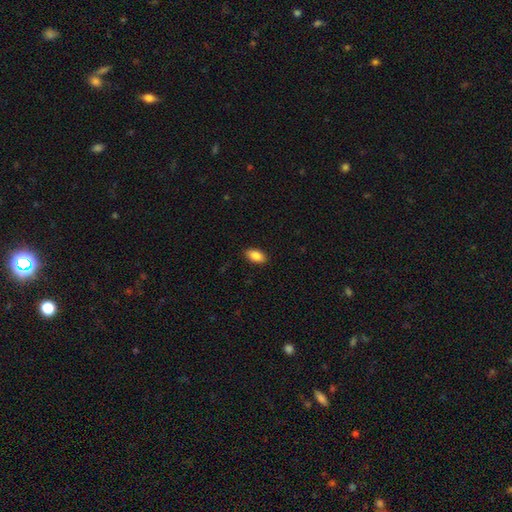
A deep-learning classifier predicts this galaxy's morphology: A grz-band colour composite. It shows a smooth galaxy with no disk features (88%) that is in between round and cigar-shaped (93%). Merging: none (89%).